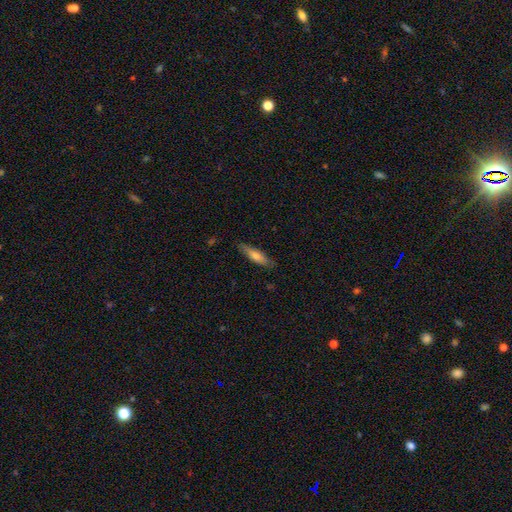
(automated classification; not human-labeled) Smooth or featured: smooth — 65% (featured or disk — 29%)
How rounded: cigar-shaped — 71% (in between — 27%)
Merging: none — 84% (minor disturbance — 13%)